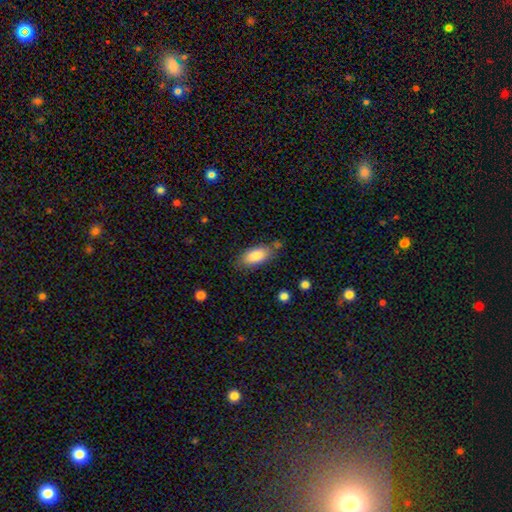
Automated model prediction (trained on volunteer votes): Overall: smooth (84%). How rounded: in between (88%). Merging: none (72%).